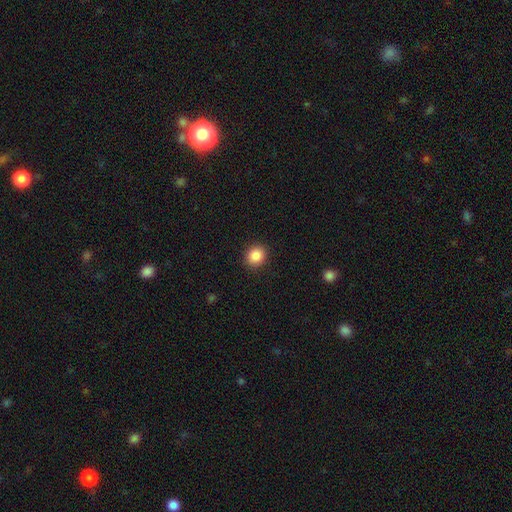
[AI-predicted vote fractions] Smooth or featured? Predicted: smooth (p=0.87). How rounded? Predicted: round (p=0.81). Merging? Predicted: none (p=0.91).